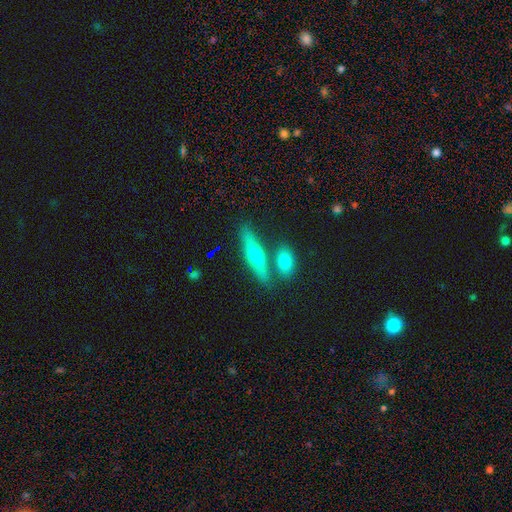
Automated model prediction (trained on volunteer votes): A featured or disk galaxy (47%).

Vote fractions:
- Smooth or featured? featured or disk: 47% / smooth: 46% / star or artifact: 7%
- Merging? none: 71% / merger: 16% / minor disturbance: 10% / major disturbance: 3%